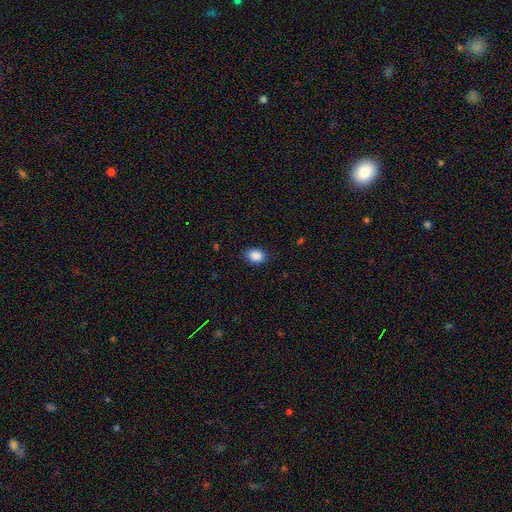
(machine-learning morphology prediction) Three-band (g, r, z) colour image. It shows a smooth galaxy with no disk features (88%) that is in between round and cigar-shaped (69%). Merging: none (86%).